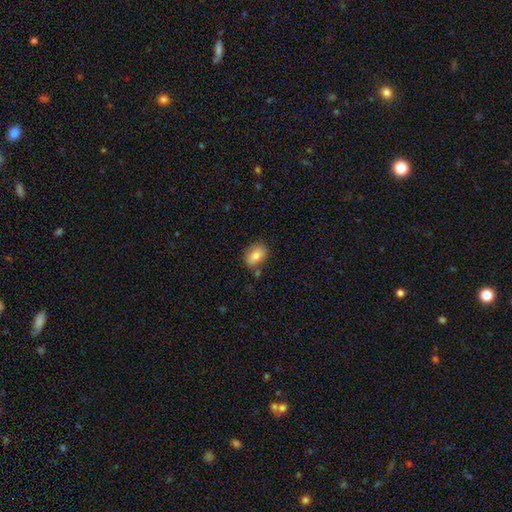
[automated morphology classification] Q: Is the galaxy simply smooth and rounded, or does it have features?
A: smooth — 80%.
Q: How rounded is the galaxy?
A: in between — 79%.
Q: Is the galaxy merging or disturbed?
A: none — 76%.